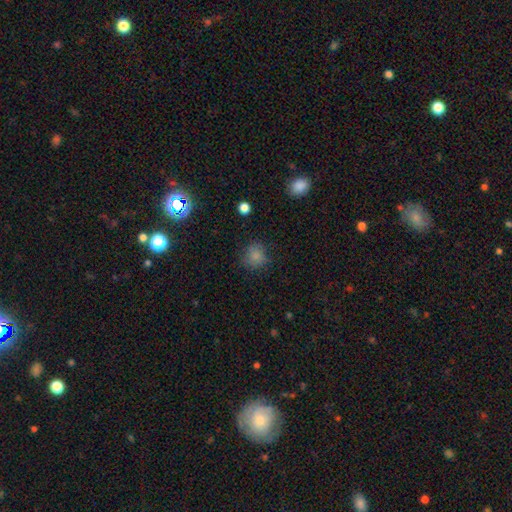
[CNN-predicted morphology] Smooth or featured? Predicted: smooth (p=0.81). How rounded? Predicted: round (p=0.85). Merging? Predicted: none (p=0.77).